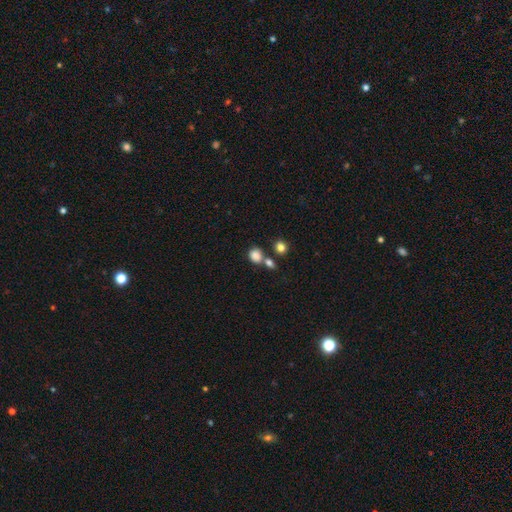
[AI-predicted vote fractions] Smooth or featured?
  - smooth: 83% *
  - star or artifact: 11%
  - featured or disk: 6%
How rounded?
  - round: 67% *
  - in between: 32%
  - cigar-shaped: 1%
Merging?
  - none: 53% *
  - merger: 30%
  - minor disturbance: 12%
  - major disturbance: 5%